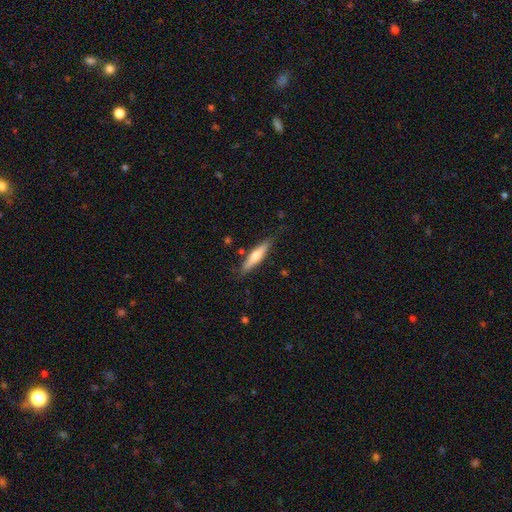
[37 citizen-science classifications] smooth-or-featured: smooth: 49% | featured or disk: 43% | star or artifact: 8%
  how-rounded: cigar-shaped: 78% | in between: 22% | round: 0%
  merging: none: 68% | minor disturbance: 29% | merger: 3% | major disturbance: 0%